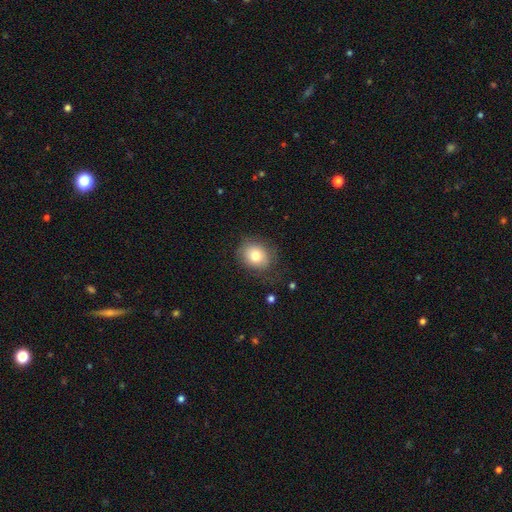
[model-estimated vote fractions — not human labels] Q: Smooth or featured?
A: smooth (76%); runner-up: featured or disk (15%)
Q: How rounded?
A: round (61%); runner-up: in between (38%)
Q: Merging?
A: none (69%); runner-up: minor disturbance (20%)